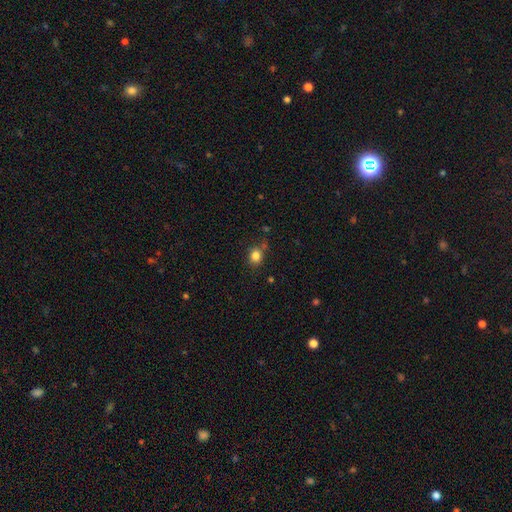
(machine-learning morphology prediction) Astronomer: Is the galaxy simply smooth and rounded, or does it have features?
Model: smooth — 83%.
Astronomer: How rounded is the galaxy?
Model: round — 70%.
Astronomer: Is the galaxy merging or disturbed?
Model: none — 78%.